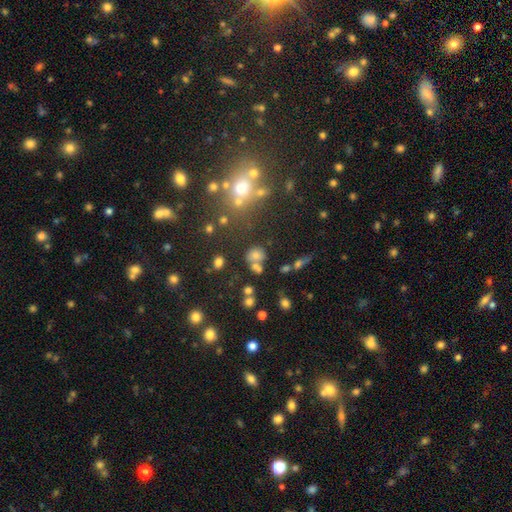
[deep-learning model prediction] Smooth or featured? smooth (64%)
How rounded? round (63%)
Merging? none (52%)